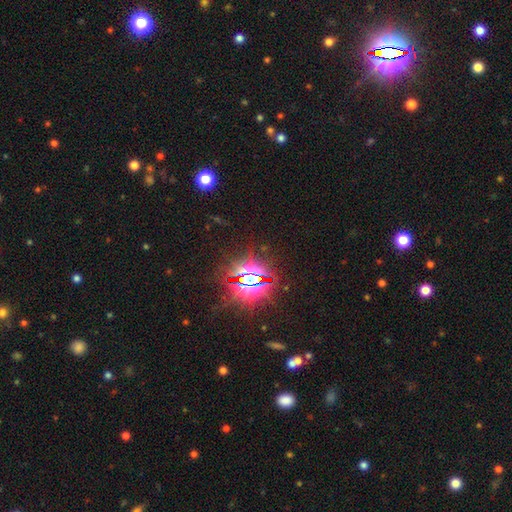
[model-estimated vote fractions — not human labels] This is clearly a star or artifact rather than a galaxy (85%).